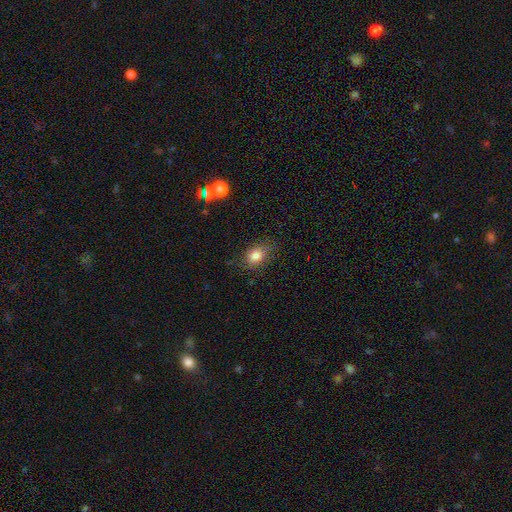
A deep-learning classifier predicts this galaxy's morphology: A smooth galaxy with no disk features (81%) that is in between round and cigar-shaped (58%). Merging: none (76%).